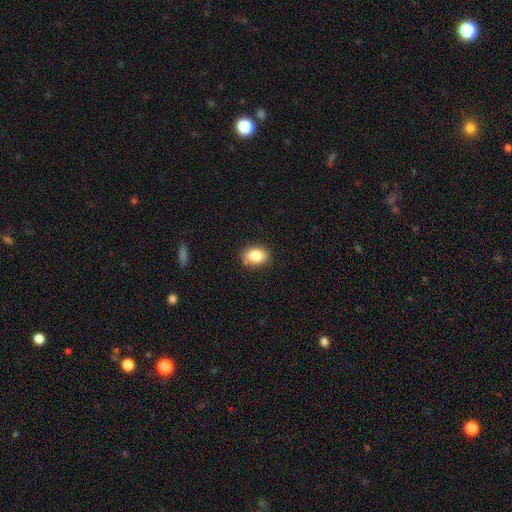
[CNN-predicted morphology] This appears to be a smooth galaxy with no disk features (83%) that is in between round and cigar-shaped (74%). Merging: none (83%).